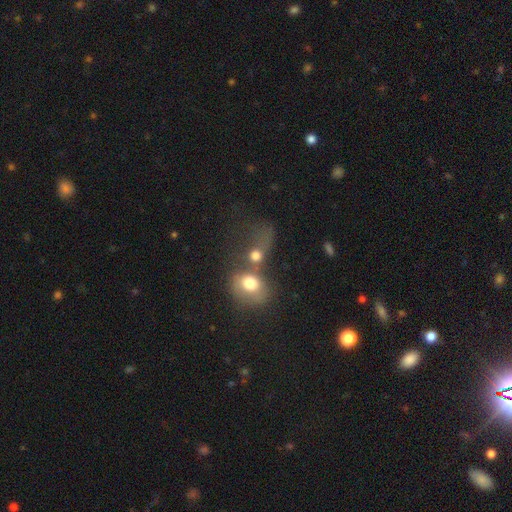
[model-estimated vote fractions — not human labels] smooth-or-featured: smooth: 69% | featured or disk: 18% | star or artifact: 13%
  how-rounded: round: 60% | in between: 38% | cigar-shaped: 2%
  merging: merger: 57% | none: 18% | major disturbance: 16% | minor disturbance: 9%